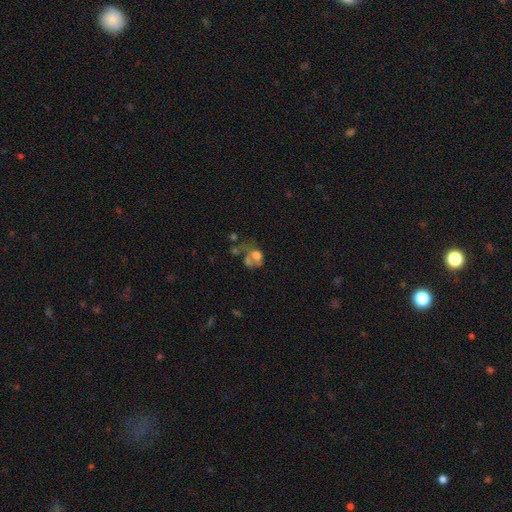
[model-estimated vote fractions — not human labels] This is possibly a smooth galaxy (50%). Merging: marginally merger (35%).